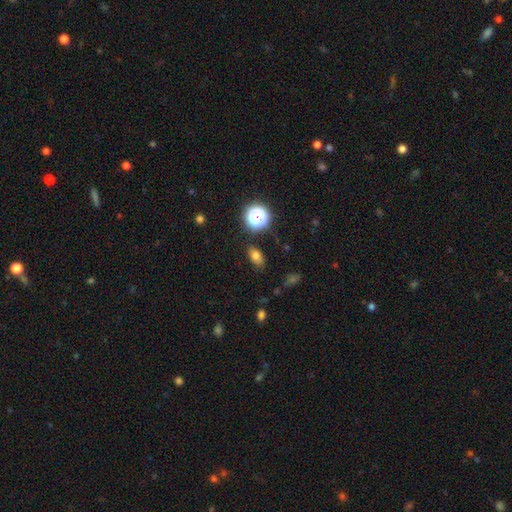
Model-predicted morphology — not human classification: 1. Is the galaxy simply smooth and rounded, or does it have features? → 74% smooth, 17% star or artifact, 9% featured or disk.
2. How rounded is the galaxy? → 82% in between, 15% round, 3% cigar-shaped.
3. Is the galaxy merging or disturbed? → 83% none, 11% minor disturbance, 3% major disturbance, 2% merger.